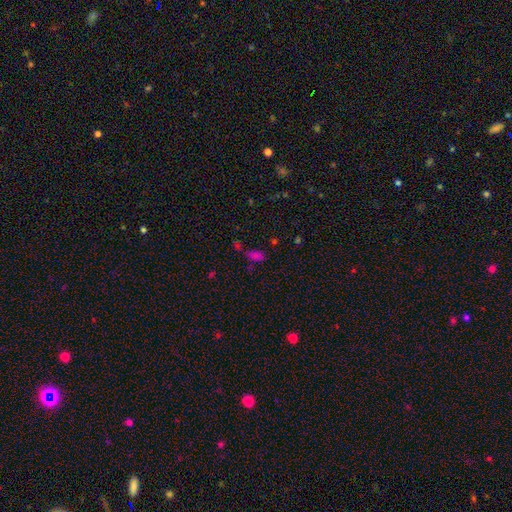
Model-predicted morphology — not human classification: This is likely a smooth galaxy (63%). How rounded: clearly in between (83%). Merging: possibly none (47%).